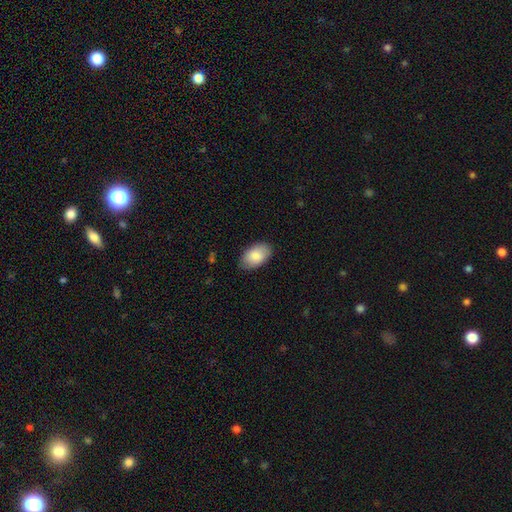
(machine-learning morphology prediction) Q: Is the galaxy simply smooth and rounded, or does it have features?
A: smooth — 85%.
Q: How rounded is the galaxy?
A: in between — 93%.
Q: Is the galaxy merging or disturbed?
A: none — 83%.